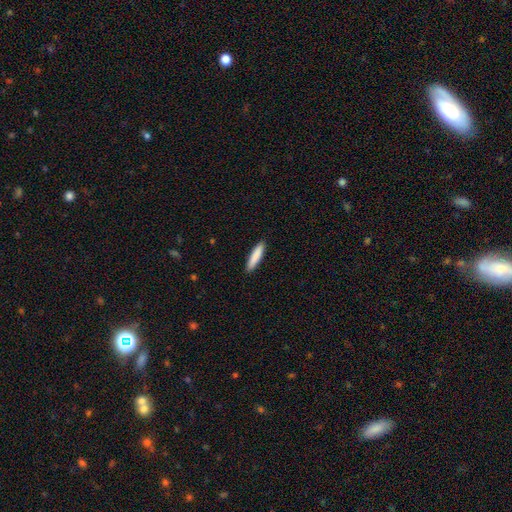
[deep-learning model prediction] This appears to be a smooth galaxy with no disk features (86%) that is cigar-shaped (85%). Merging: none (91%).